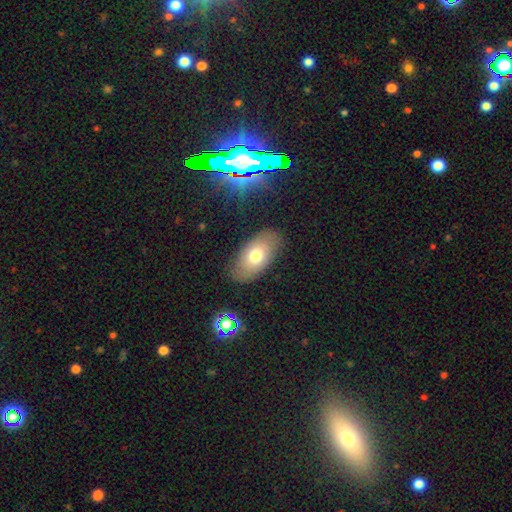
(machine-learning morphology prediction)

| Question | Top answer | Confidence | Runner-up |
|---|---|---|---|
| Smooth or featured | smooth | 69% | featured or disk (22%) |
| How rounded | in between | 93% | round (4%) |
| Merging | none | 83% | minor disturbance (12%) |